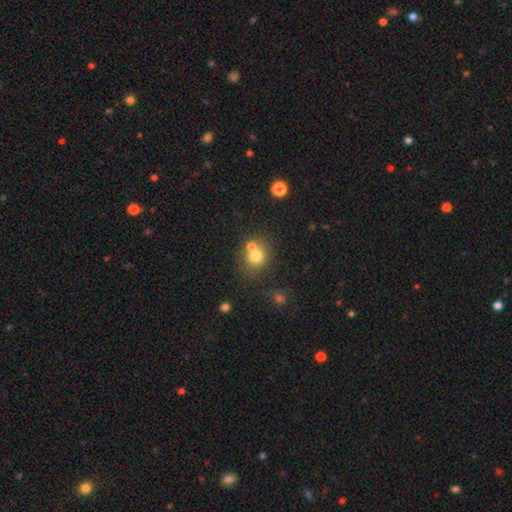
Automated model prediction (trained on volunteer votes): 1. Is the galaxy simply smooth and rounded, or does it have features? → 73% smooth, 14% star or artifact, 13% featured or disk.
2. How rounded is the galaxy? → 76% round, 23% in between, 1% cigar-shaped.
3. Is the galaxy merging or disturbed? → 53% none, 33% merger, 10% minor disturbance, 4% major disturbance.